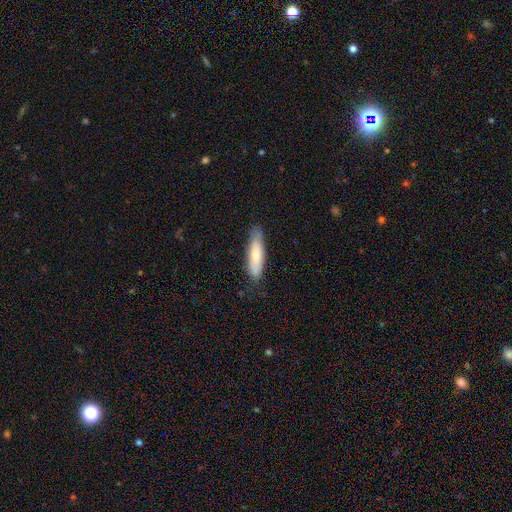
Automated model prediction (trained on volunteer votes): Smooth or featured: smooth — 70% (featured or disk — 25%)
How rounded: cigar-shaped — 64% (in between — 35%)
Merging: none — 78% (minor disturbance — 18%)